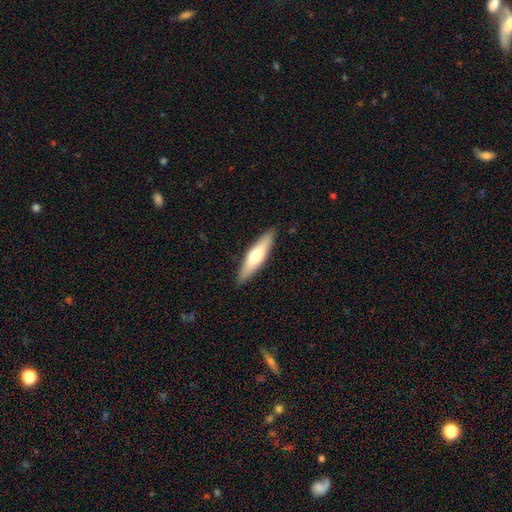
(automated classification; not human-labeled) smooth 58%, featured or disk 37%, star or artifact 5%. Down the decision tree: how rounded — cigar-shaped (73%); merging — none (89%).